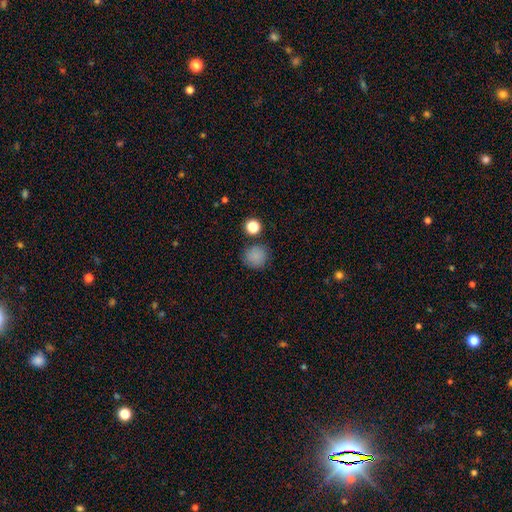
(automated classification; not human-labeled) A smooth galaxy with no disk features (82%) that is round (90%). Merging: none (81%).